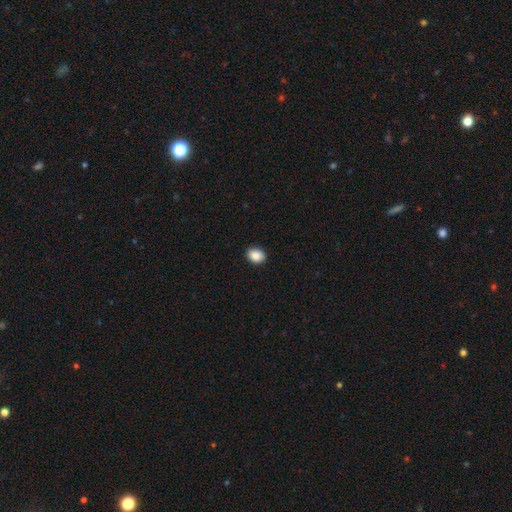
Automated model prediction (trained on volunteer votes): A smooth galaxy with no disk features (88%) that is in between round and cigar-shaped (62%).

Vote fractions:
- Smooth or featured? smooth: 88% / star or artifact: 8% / featured or disk: 4%
- How rounded? in between: 62% / round: 37% / cigar-shaped: 1%
- Merging? none: 90% / minor disturbance: 8% / major disturbance: 2% / merger: 1%